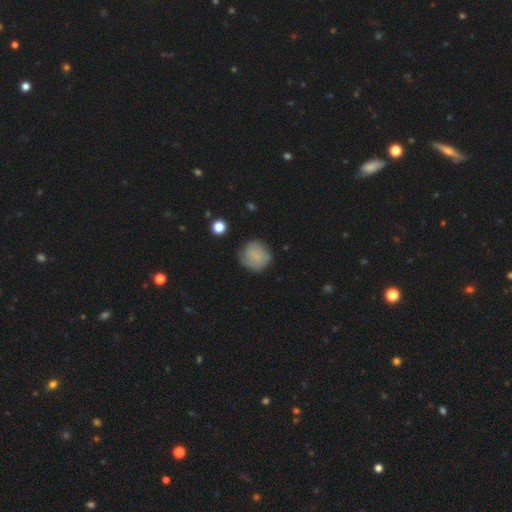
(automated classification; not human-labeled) Q: Smooth or featured?
A: smooth (67%); runner-up: featured or disk (25%)
Q: How rounded?
A: round (87%); runner-up: in between (12%)
Q: Merging?
A: none (72%); runner-up: minor disturbance (20%)